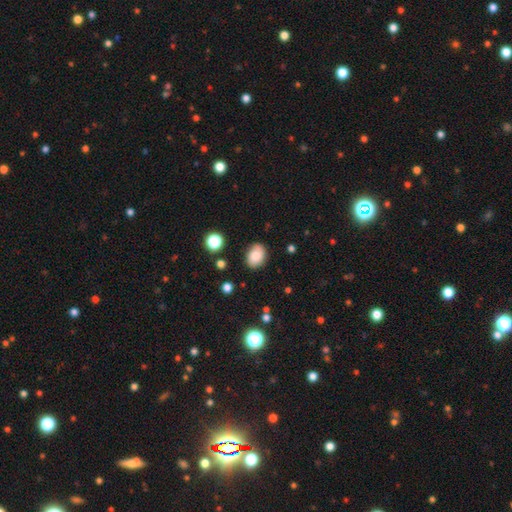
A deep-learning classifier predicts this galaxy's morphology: Smooth or featured? smooth (76%)
How rounded? in between (67%)
Merging? none (75%)